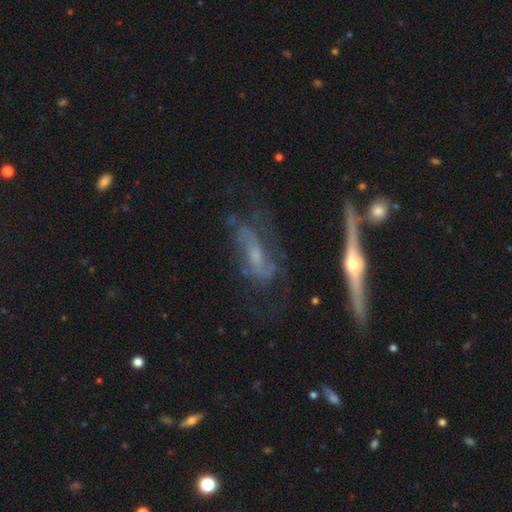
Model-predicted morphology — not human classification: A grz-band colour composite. It shows a featured or disk galaxy (77%) with no bar (52%), spiral arms (81%) and a small central bulge (52%). Merging: none (57%).